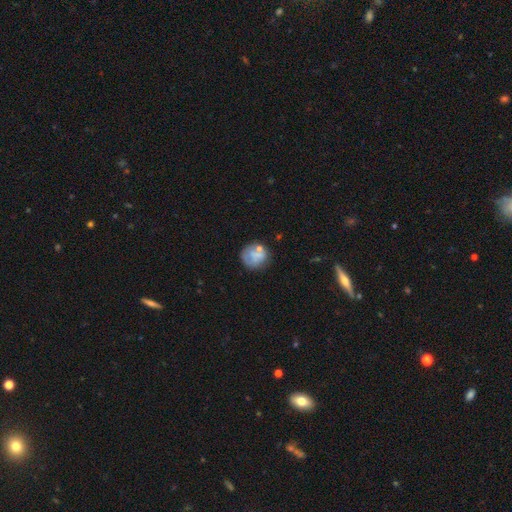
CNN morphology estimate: type=smooth (61%); roundness=round (85%); merging=none (58%).